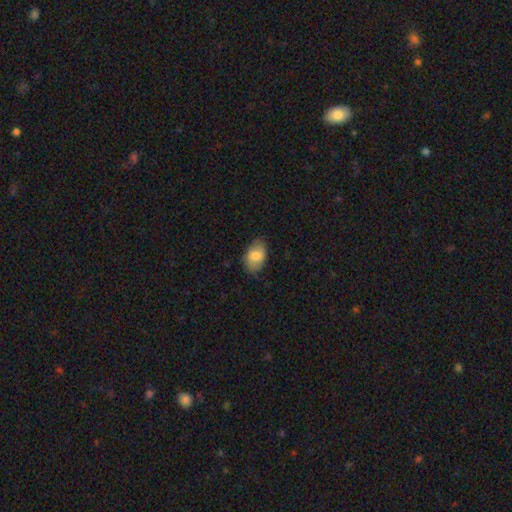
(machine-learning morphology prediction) A smooth galaxy with no disk features (79%) that is in between round and cigar-shaped (89%).

Vote fractions:
- Smooth or featured? smooth: 79% / featured or disk: 14% / star or artifact: 7%
- How rounded? in between: 89% / round: 10% / cigar-shaped: 1%
- Merging? none: 76% / minor disturbance: 19% / major disturbance: 4% / merger: 1%